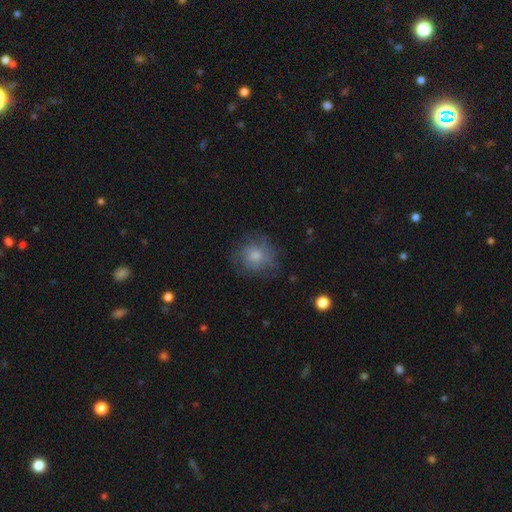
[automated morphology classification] This appears to be a smooth galaxy with no disk features (72%) that is round (80%). Merging: none (67%).